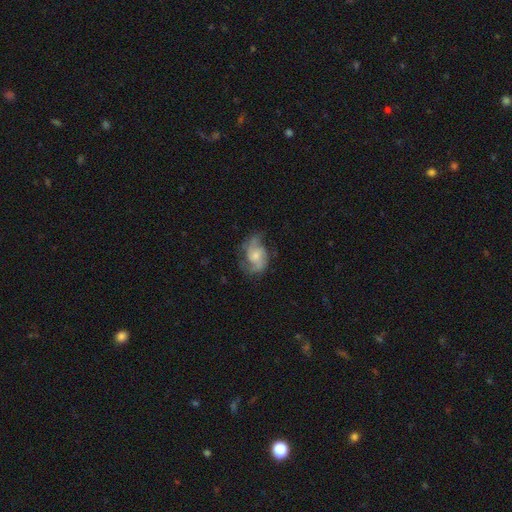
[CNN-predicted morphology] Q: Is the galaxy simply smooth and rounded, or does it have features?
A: featured or disk — 75%.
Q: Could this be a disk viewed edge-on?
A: no — 97%.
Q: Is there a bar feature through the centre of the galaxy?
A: no — 60%.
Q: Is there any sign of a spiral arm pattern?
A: yes — 93%.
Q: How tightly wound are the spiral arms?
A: medium — 48%.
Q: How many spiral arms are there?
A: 2 — 67%.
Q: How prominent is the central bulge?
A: small — 48%.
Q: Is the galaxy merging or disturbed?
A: none — 59%.